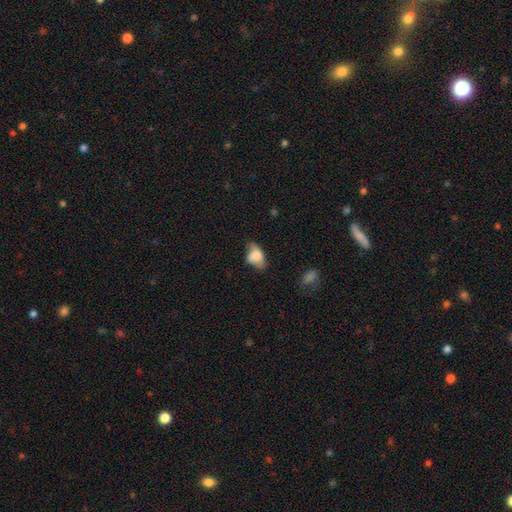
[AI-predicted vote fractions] This is likely a smooth galaxy (70%). How rounded: clearly in between (85%). Merging: marginally none (42%).